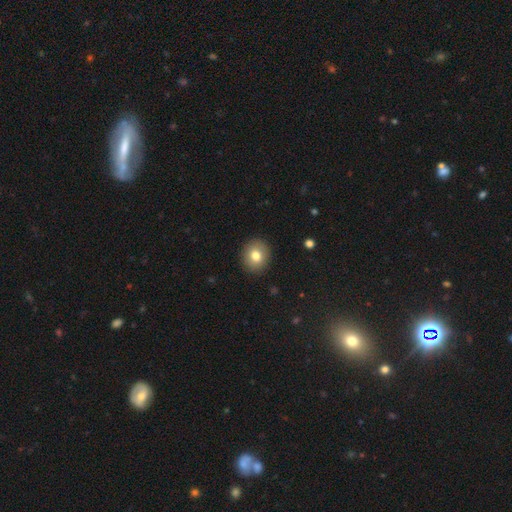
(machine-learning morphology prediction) type=smooth (79%); roundness=round (76%); merging=none (91%).